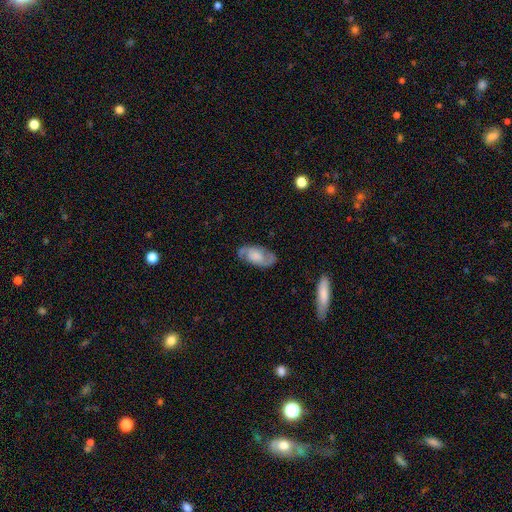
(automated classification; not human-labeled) A featured or disk galaxy (70%) with no bar (64%), 2 (88%) medium (50%) spiral arms (89%) and a large central bulge (31%).

Vote fractions:
- Smooth or featured? featured or disk: 70% / smooth: 24% / star or artifact: 6%
- Edge-on disk? no: 94% / yes: 6%
- Bar? no: 64% / weak: 30% / strong: 6%
- Spiral arms? yes: 89% / no: 11%
- Spiral winding? medium: 50% / tight: 27% / loose: 22%
- Spiral arm count? 2: 88% / can't tell: 6% / 1: 3% / 3: 1% / 4: 1% / more than 4: 1%
- Bulge size? large: 31% / none: 25% / moderate: 23% / small: 17% / dominant: 4%
- Merging? none: 77% / minor disturbance: 16% / major disturbance: 6% / merger: 2%